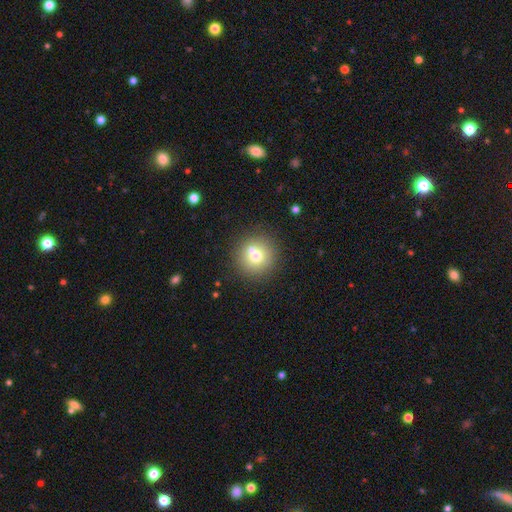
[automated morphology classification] A smooth galaxy with no disk features (69%) that is round (94%). Merging: none (69%).